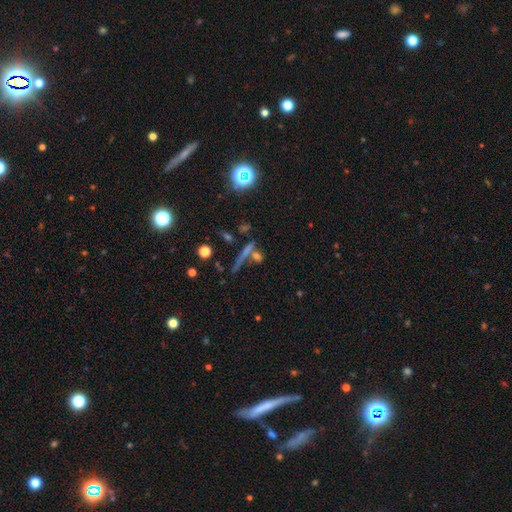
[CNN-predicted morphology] Q: Smooth or featured?
A: smooth (38%); runner-up: featured or disk (34%)
Q: Merging?
A: none (60%); runner-up: merger (24%)